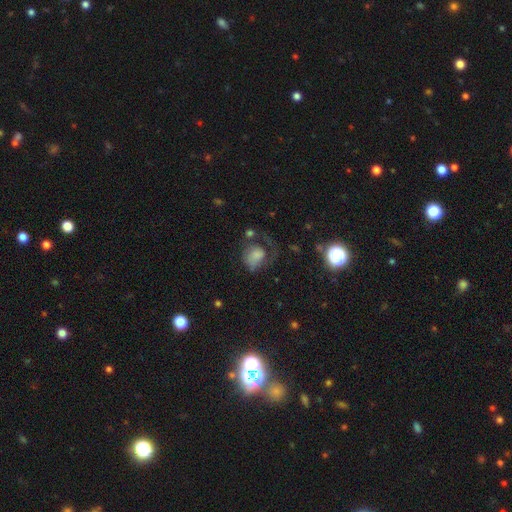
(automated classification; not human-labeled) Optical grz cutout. It shows a smooth galaxy with no disk features (52%) that is round (54%). Merging: major disturbance (48%).